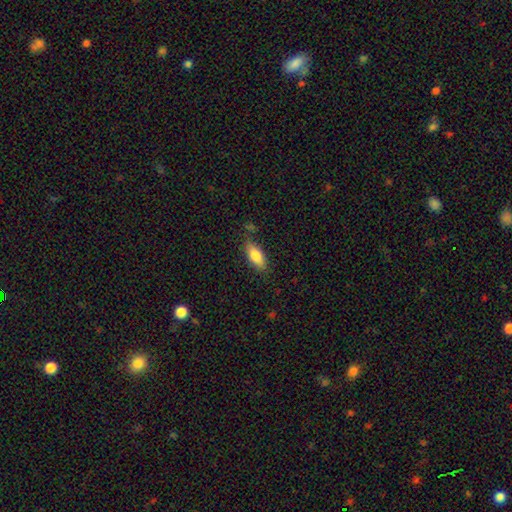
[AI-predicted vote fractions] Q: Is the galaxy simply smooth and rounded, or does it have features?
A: smooth — 82%.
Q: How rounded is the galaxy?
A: in between — 79%.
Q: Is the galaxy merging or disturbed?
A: none — 77%.